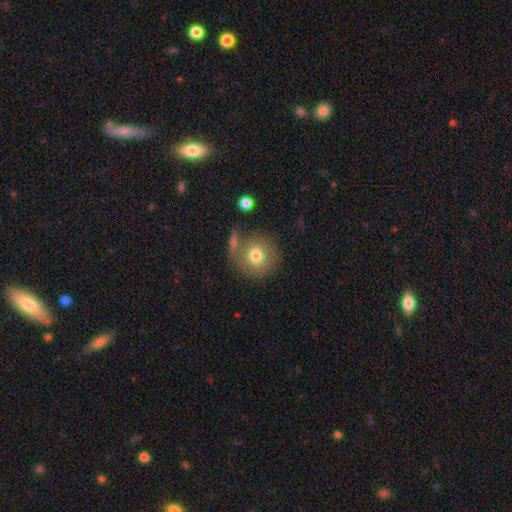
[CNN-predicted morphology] Smooth or featured?
  - smooth: 73% *
  - featured or disk: 17%
  - star or artifact: 9%
How rounded?
  - round: 93% *
  - in between: 6%
  - cigar-shaped: 1%
Merging?
  - none: 72% *
  - minor disturbance: 13%
  - merger: 10%
  - major disturbance: 6%